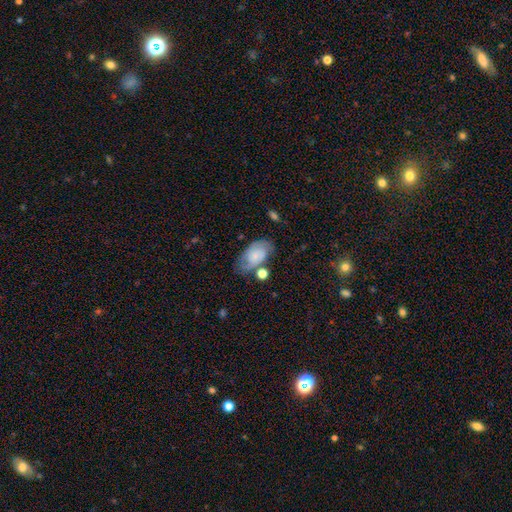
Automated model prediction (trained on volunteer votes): Overall: featured or disk (48%; smooth 44%). Merging: none (58%; minor disturbance 23%).